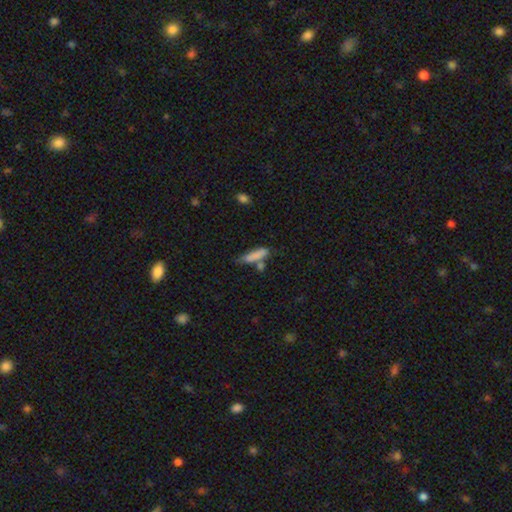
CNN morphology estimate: Smooth or featured?
  - smooth: 79% *
  - featured or disk: 13%
  - star or artifact: 8%
How rounded?
  - cigar-shaped: 74% *
  - in between: 24%
  - round: 2%
Merging?
  - none: 50% *
  - minor disturbance: 22%
  - merger: 20%
  - major disturbance: 8%